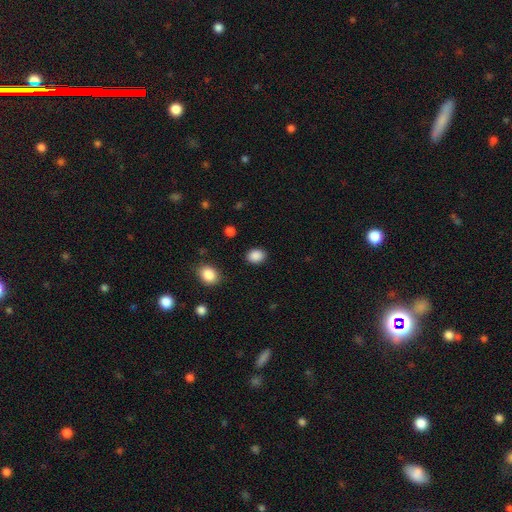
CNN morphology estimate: smooth 88%, star or artifact 9%, featured or disk 3%. Down the decision tree: how rounded — in between (54%); merging — none (87%).